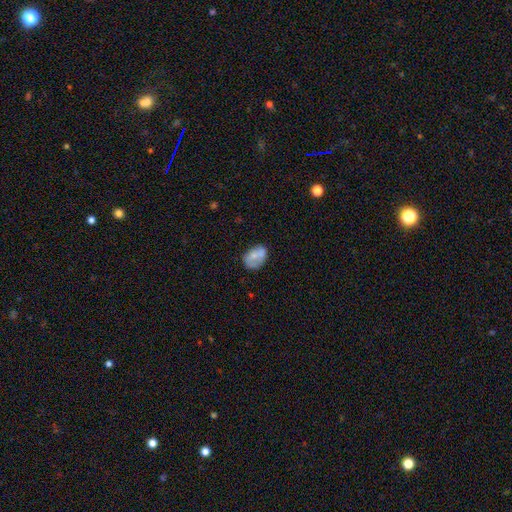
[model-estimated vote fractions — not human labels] This appears to be a smooth galaxy with no disk features (63%) that is in between round and cigar-shaped (78%). Merging: none (49%).